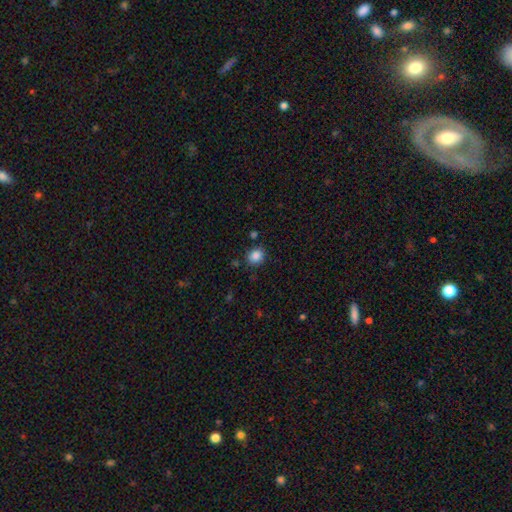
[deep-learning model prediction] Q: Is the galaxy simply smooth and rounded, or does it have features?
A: smooth — 86%.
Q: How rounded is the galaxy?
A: round — 72%.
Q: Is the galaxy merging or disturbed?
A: none — 83%.